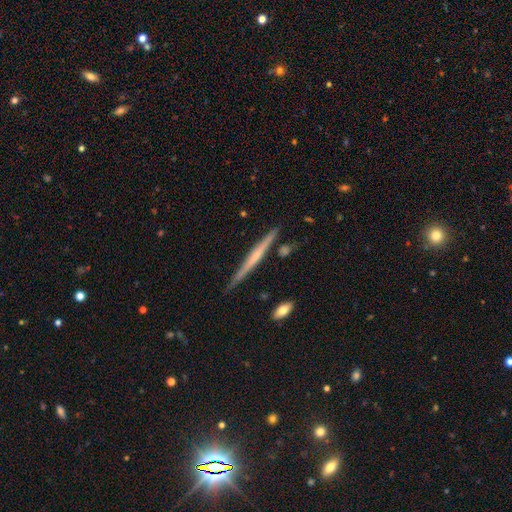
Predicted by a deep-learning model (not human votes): smooth-or-featured: featured or disk: 66% | smooth: 28% | star or artifact: 6%
  disk-edge-on: yes: 98% | no: 2%
    edge-on-bulge: none: 59% | rounded: 33% | boxy: 8%
  merging: none: 85% | minor disturbance: 10% | merger: 2% | major disturbance: 2%